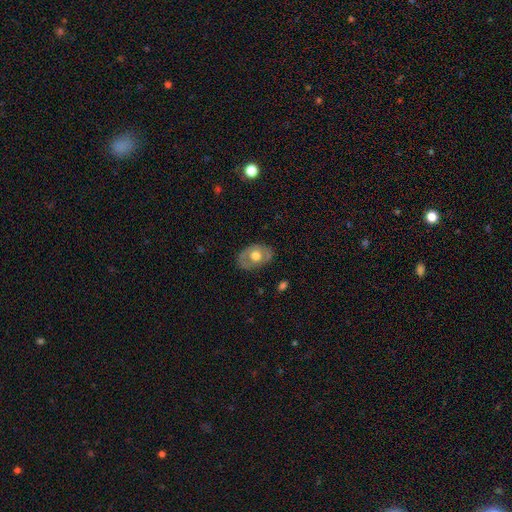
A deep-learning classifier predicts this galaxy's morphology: Q: Smooth or featured?
A: smooth (48%); runner-up: featured or disk (46%)
Q: Merging?
A: none (78%); runner-up: minor disturbance (16%)